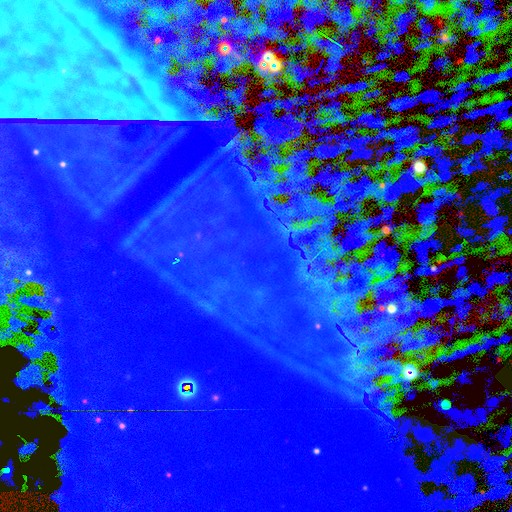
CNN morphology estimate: This appears to be a star or artifact, not a galaxy (84%).